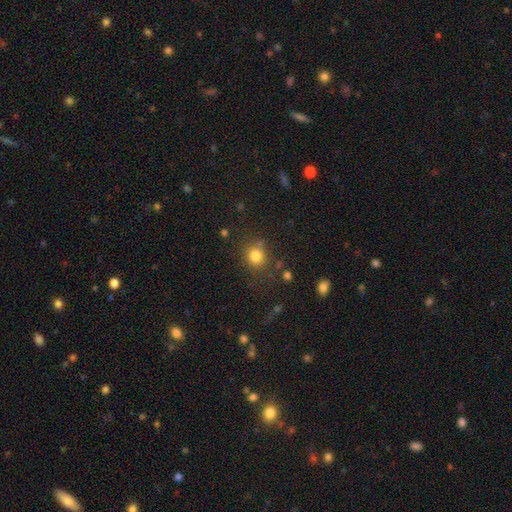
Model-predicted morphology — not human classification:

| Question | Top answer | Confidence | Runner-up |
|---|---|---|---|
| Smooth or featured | smooth | 81% | star or artifact (13%) |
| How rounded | round | 85% | in between (14%) |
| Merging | none | 78% | minor disturbance (11%) |